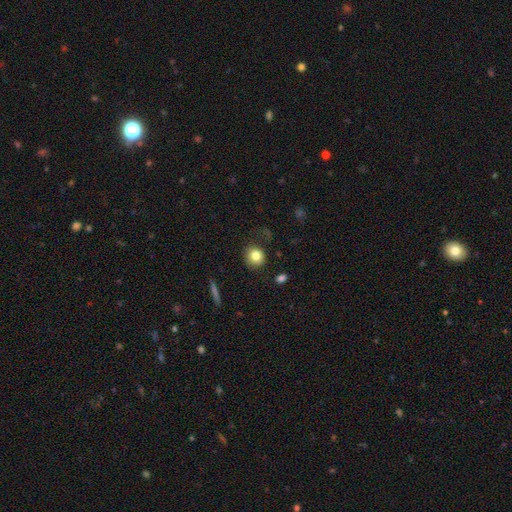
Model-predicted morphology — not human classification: type=smooth (82%); roundness=round (85%); merging=none (82%).